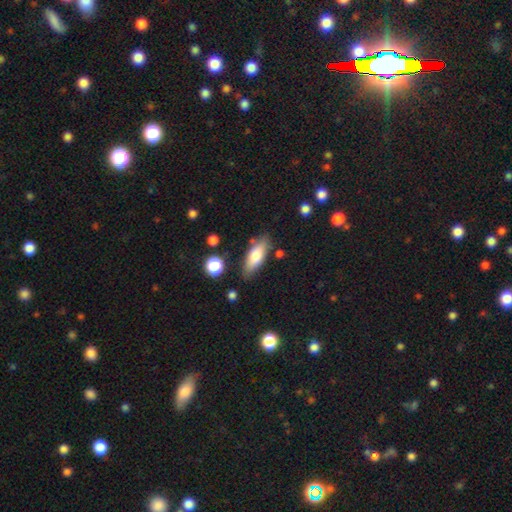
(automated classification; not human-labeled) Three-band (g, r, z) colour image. It shows a smooth galaxy with no disk features (73%) that is in between round and cigar-shaped (71%). Merging: none (77%).